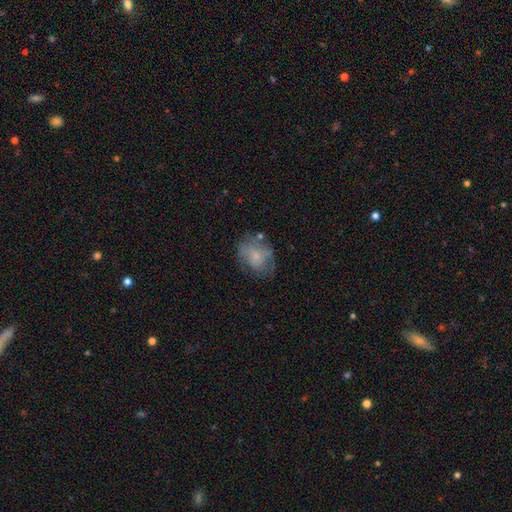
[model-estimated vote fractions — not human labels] Smooth or featured: smooth — 58% (featured or disk — 33%)
How rounded: in between — 59% (round — 40%)
Merging: none — 53% (minor disturbance — 26%)